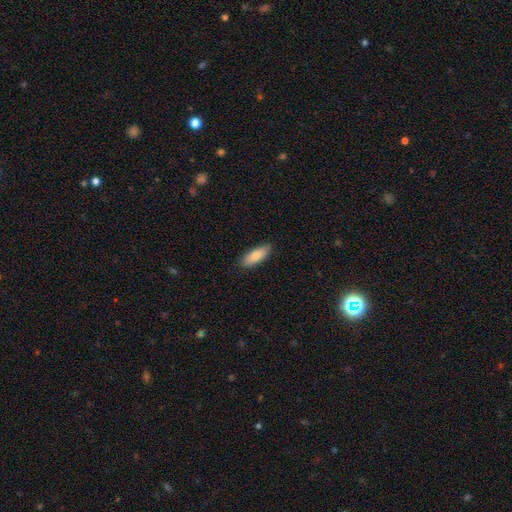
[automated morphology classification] Smooth or featured: smooth — 83% (featured or disk — 11%)
How rounded: in between — 66% (cigar-shaped — 32%)
Merging: none — 88% (minor disturbance — 9%)